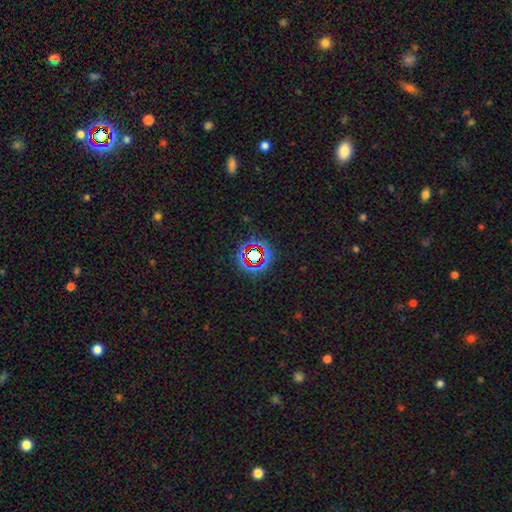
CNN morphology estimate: Q: Smooth or featured?
A: star or artifact (73%); runner-up: smooth (17%)